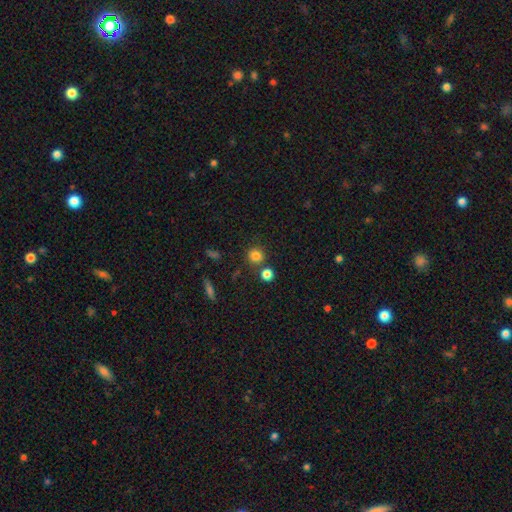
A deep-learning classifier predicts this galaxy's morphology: smooth-or-featured: smooth: 81% | star or artifact: 13% | featured or disk: 6%
  how-rounded: round: 89% | in between: 10% | cigar-shaped: 1%
  merging: none: 76% | merger: 12% | minor disturbance: 9% | major disturbance: 3%